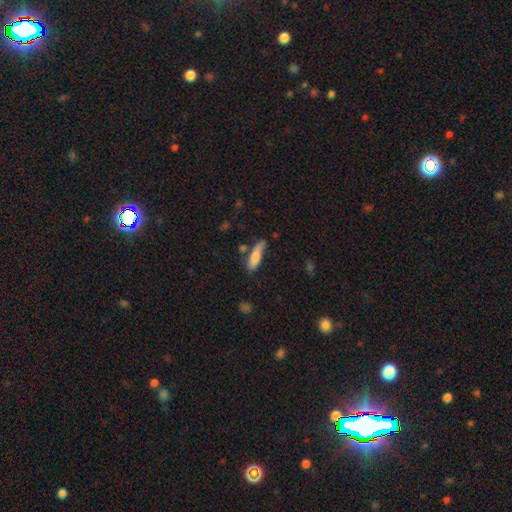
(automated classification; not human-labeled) Smooth or featured: smooth — 78% (featured or disk — 16%)
How rounded: cigar-shaped — 58% (in between — 40%)
Merging: none — 55% (minor disturbance — 28%)